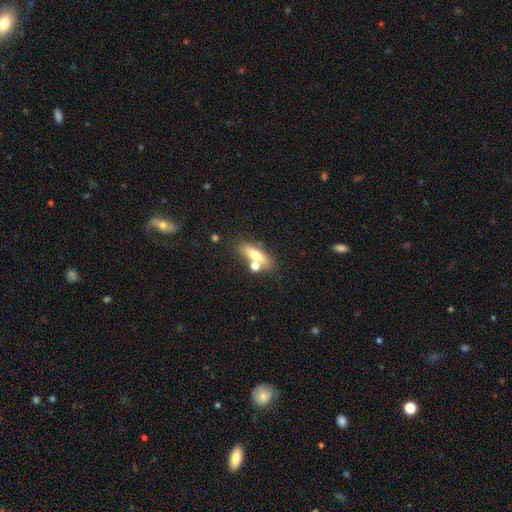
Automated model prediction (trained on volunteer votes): smooth-or-featured: smooth: 61% | featured or disk: 29% | star or artifact: 9%
  how-rounded: in between: 52% | cigar-shaped: 41% | round: 7%
  merging: none: 60% | merger: 23% | minor disturbance: 12% | major disturbance: 5%